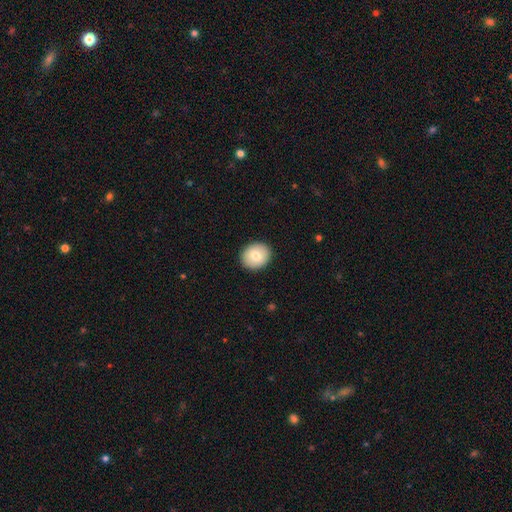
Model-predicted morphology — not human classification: Overall: smooth (77%). How rounded: round (70%). Merging: none (91%).